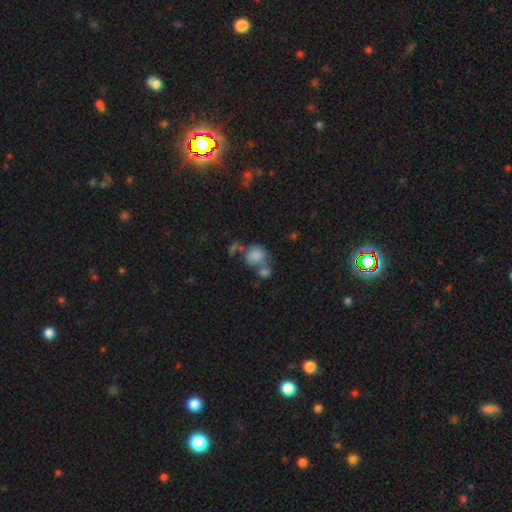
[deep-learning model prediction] A smooth galaxy with no disk features (79%) that is round (70%). Merging: merger (46%).